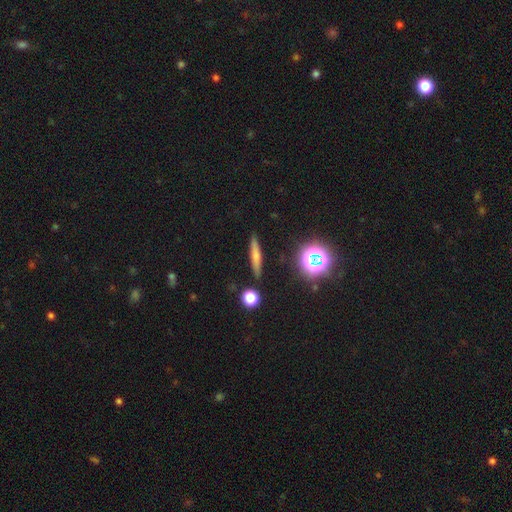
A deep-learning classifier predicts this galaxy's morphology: smooth-or-featured: smooth: 59% | featured or disk: 28% | star or artifact: 13%
  how-rounded: cigar-shaped: 85% | in between: 10% | round: 5%
  merging: none: 87% | minor disturbance: 9% | major disturbance: 2% | merger: 2%